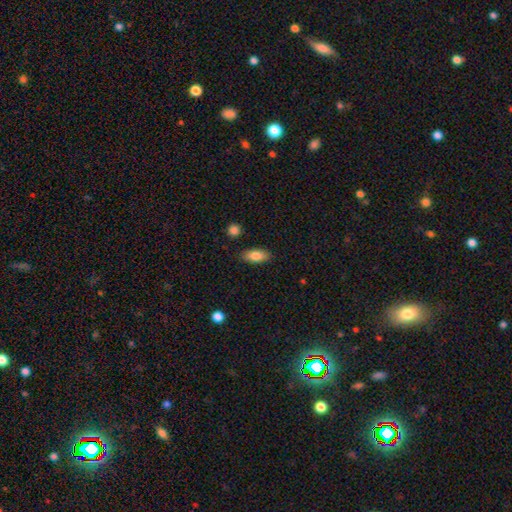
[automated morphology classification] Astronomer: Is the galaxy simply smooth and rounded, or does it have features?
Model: smooth — 82%.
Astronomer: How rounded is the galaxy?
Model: in between — 85%.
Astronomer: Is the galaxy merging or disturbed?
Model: none — 86%.